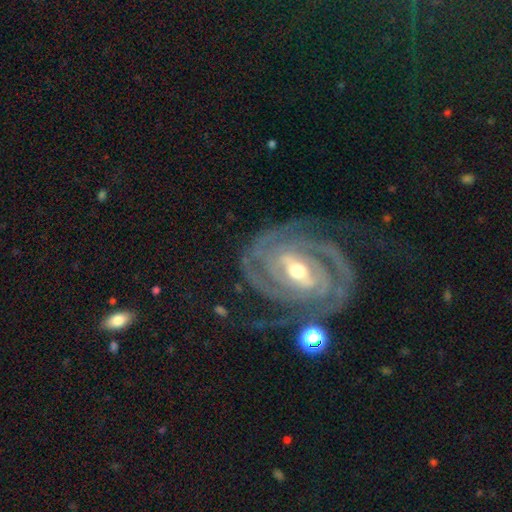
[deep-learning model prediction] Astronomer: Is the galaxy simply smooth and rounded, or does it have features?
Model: featured or disk — 92%.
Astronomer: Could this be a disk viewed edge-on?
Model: no — 97%.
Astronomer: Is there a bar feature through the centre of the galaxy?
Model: strong — 54% (runner-up: weak, 32%).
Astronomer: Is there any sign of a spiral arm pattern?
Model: yes — 98%.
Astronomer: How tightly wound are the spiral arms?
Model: tight — 75%.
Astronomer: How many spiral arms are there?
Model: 2 — 64%.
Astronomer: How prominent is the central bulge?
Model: moderate — 57% (runner-up: small, 38%).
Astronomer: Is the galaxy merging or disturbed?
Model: none — 73%.